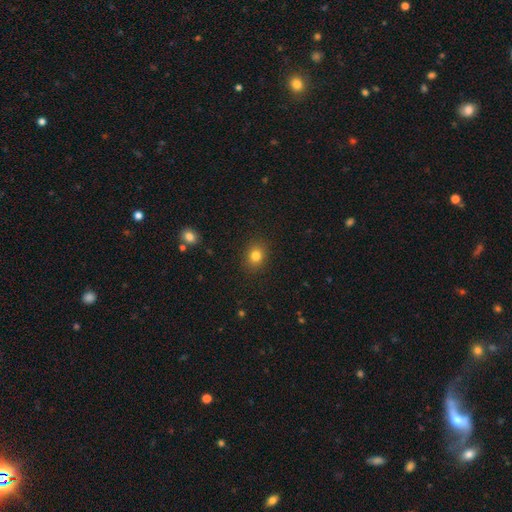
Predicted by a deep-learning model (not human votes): Smooth or featured?
  - smooth: 81% *
  - star or artifact: 12%
  - featured or disk: 7%
How rounded?
  - round: 65% *
  - in between: 34%
  - cigar-shaped: 1%
Merging?
  - none: 89% *
  - minor disturbance: 8%
  - major disturbance: 2%
  - merger: 1%